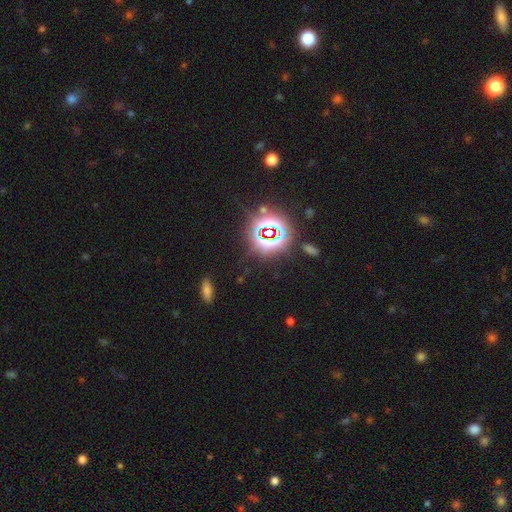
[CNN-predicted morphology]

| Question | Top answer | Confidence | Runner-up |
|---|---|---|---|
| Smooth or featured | star or artifact | 82% | smooth (11%) |